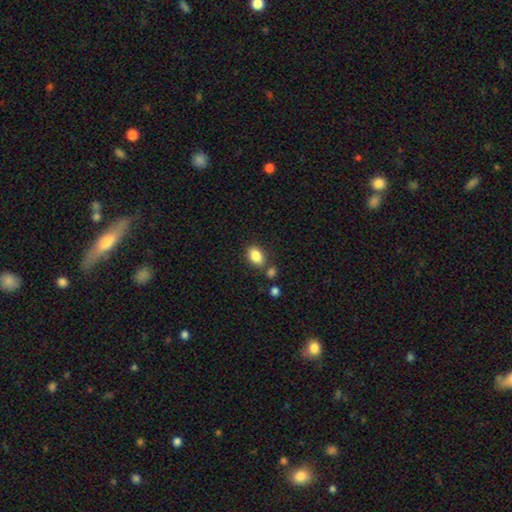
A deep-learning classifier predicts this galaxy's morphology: smooth_or_featured: smooth (p=0.86) [alt: star or artifact p=0.08]
how_rounded: in between (p=0.84) [alt: round p=0.15]
merging: none (p=0.72) [alt: minor disturbance p=0.13]